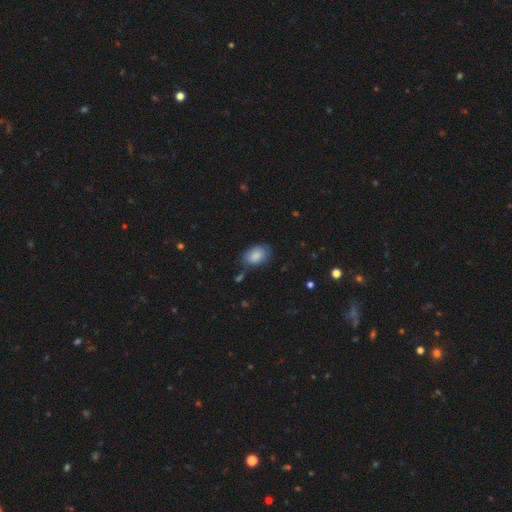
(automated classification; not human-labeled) Smooth or featured?
  - smooth: 82% *
  - featured or disk: 10%
  - star or artifact: 7%
How rounded?
  - in between: 85% *
  - round: 14%
  - cigar-shaped: 1%
Merging?
  - none: 65% *
  - minor disturbance: 25%
  - major disturbance: 7%
  - merger: 4%